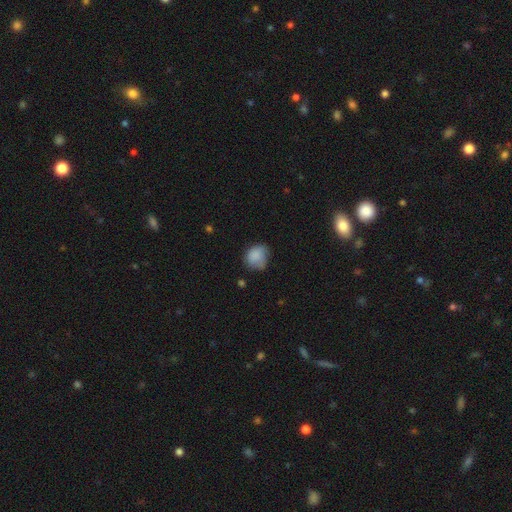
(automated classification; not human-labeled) A smooth galaxy with no disk features (83%) that is round (65%). Merging: none (54%).